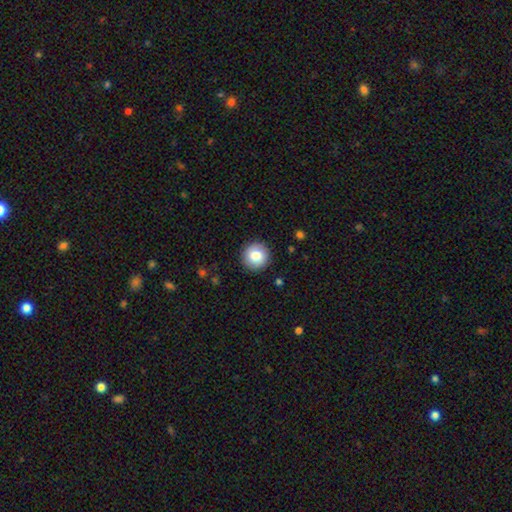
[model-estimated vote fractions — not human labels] smooth 80%, featured or disk 12%, star or artifact 8%. Down the decision tree: how rounded — round (94%); merging — none (91%).